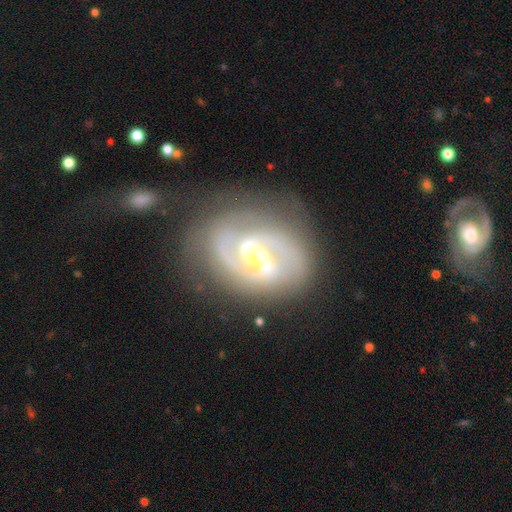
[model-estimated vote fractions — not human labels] Q: Smooth or featured?
A: featured or disk (91%); runner-up: star or artifact (5%)
Q: Edge-on disk?
A: no (98%); runner-up: yes (2%)
Q: Bar?
A: weak (47%); runner-up: strong (40%)
Q: Spiral arms?
A: yes (98%); runner-up: no (2%)
Q: Spiral winding?
A: medium (55%); runner-up: tight (31%)
Q: Spiral arm count?
A: 2 (87%); runner-up: 3 (5%)
Q: Bulge size?
A: moderate (47%); runner-up: small (45%)
Q: Merging?
A: none (72%); runner-up: minor disturbance (17%)